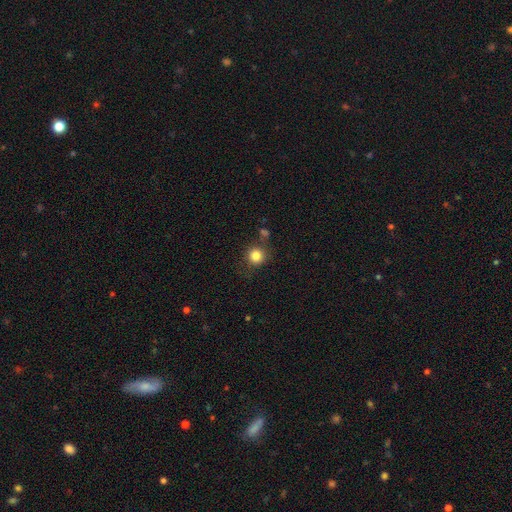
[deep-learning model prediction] This appears to be a smooth galaxy with no disk features (83%) that is round (92%). Merging: none (78%).